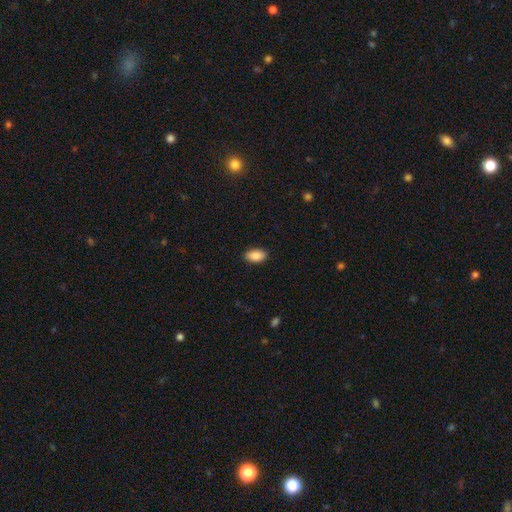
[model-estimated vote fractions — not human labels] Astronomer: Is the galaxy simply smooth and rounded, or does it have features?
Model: smooth — 89%.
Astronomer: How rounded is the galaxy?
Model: in between — 93%.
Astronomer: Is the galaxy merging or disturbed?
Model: none — 89%.